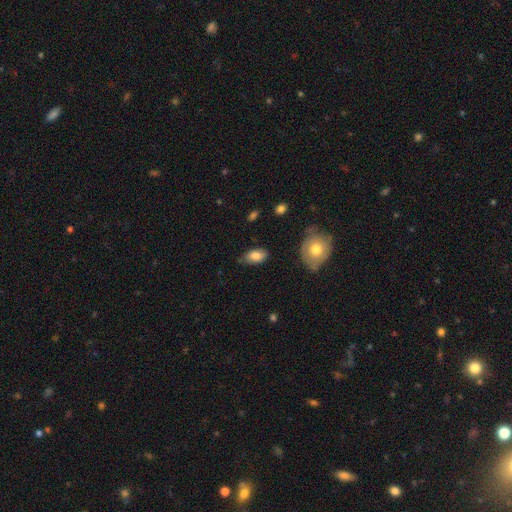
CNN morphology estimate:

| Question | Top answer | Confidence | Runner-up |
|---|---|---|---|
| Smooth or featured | smooth | 80% | featured or disk (13%) |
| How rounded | in between | 92% | round (5%) |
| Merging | none | 78% | minor disturbance (17%) |